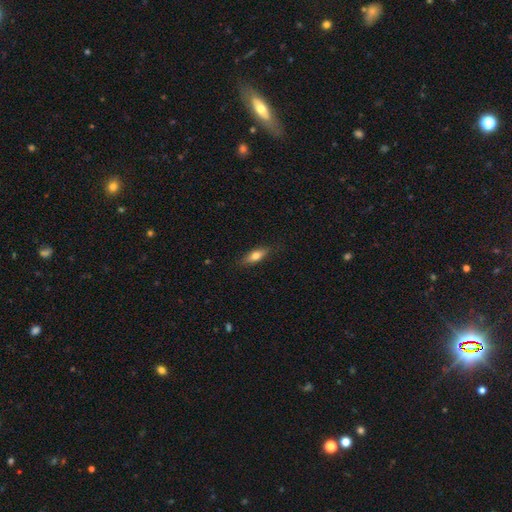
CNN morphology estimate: Smooth or featured? smooth (65%)
How rounded? in between (59%)
Merging? none (83%)